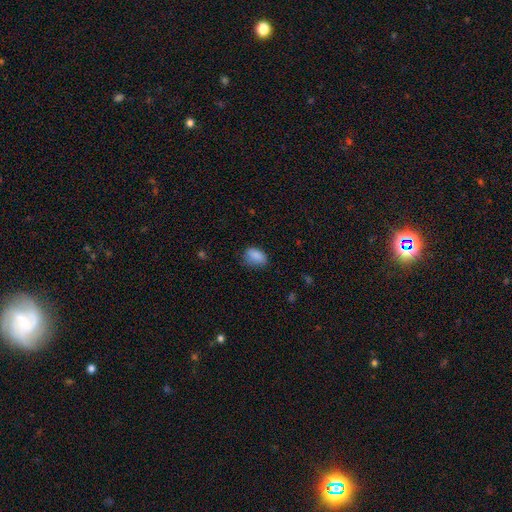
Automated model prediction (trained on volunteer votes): Overall: smooth (88%). How rounded: in between (87%). Merging: none (71%).